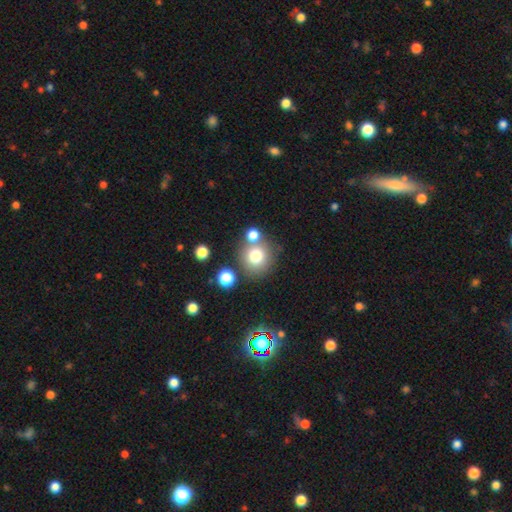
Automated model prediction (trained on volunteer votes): smooth 75%, star or artifact 13%, featured or disk 12%. Down the decision tree: how rounded — round (91%); merging — none (68%).